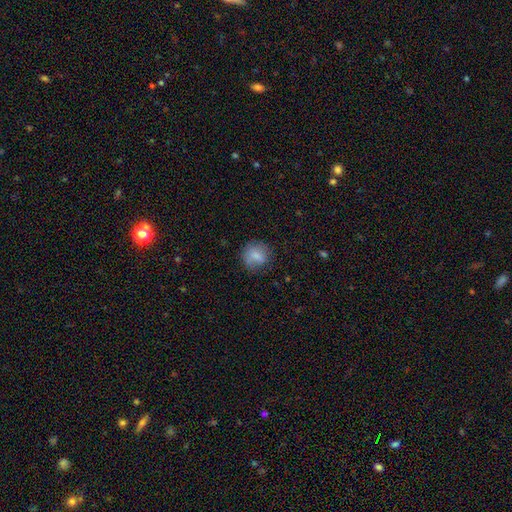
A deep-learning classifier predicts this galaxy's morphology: Smooth or featured?
  - smooth: 79% *
  - featured or disk: 13%
  - star or artifact: 9%
How rounded?
  - round: 78% *
  - in between: 20%
  - cigar-shaped: 2%
Merging?
  - none: 75% *
  - minor disturbance: 17%
  - major disturbance: 6%
  - merger: 2%